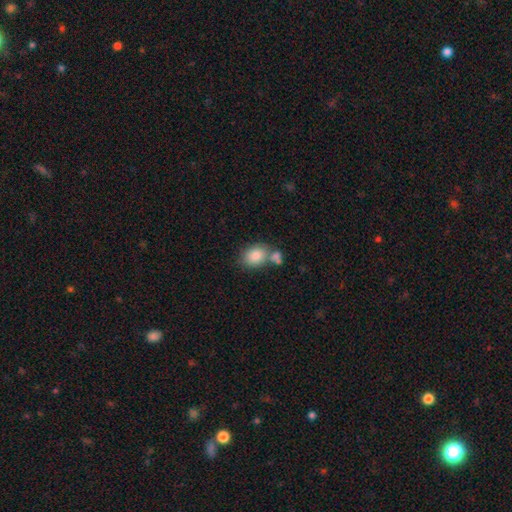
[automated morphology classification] A smooth galaxy with no disk features (83%) that is in between round and cigar-shaped (62%).

Vote fractions:
- Smooth or featured? smooth: 83% / featured or disk: 9% / star or artifact: 8%
- How rounded? in between: 62% / round: 37% / cigar-shaped: 1%
- Merging? none: 52% / merger: 29% / minor disturbance: 14% / major disturbance: 5%